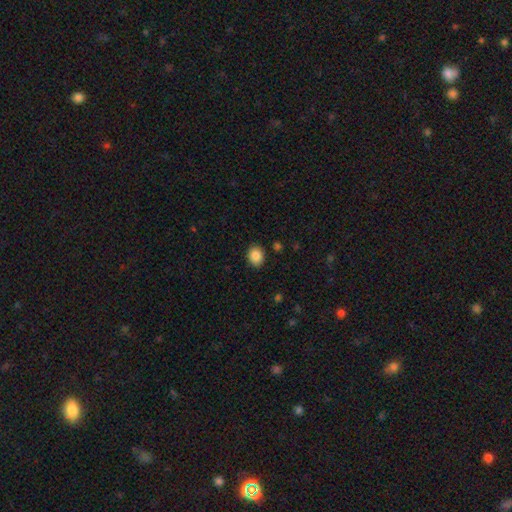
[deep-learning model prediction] Smooth or featured? Predicted: smooth (p=0.87). How rounded? Predicted: round (p=0.56). Merging? Predicted: none (p=0.89).